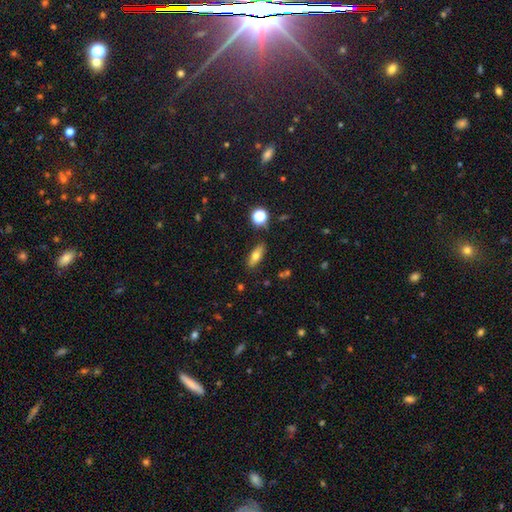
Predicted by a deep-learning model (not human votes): The model was most divided on "how rounded": in between: 69%, cigar-shaped: 26%, round: 5%. More confident: merging — none (84%); smooth or featured — smooth (69%).